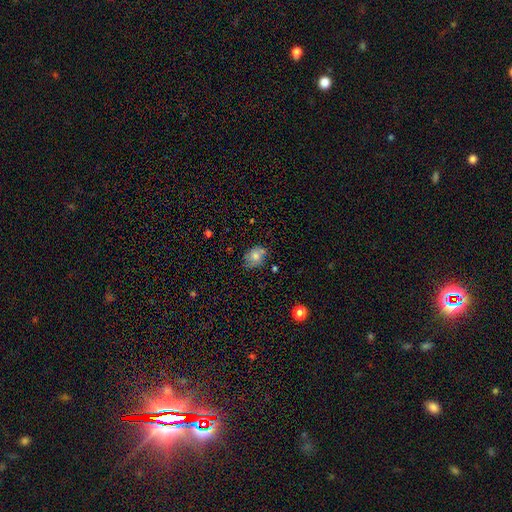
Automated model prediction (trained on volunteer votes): The model was most divided on "how rounded": in between: 59%, round: 40%, cigar-shaped: 1%. More confident: smooth or featured — smooth (71%); merging — none (63%).